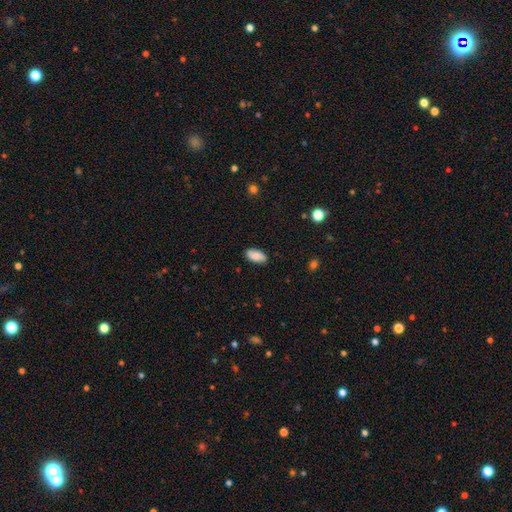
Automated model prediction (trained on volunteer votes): Smooth or featured? smooth (81%)
How rounded? in between (94%)
Merging? none (84%)